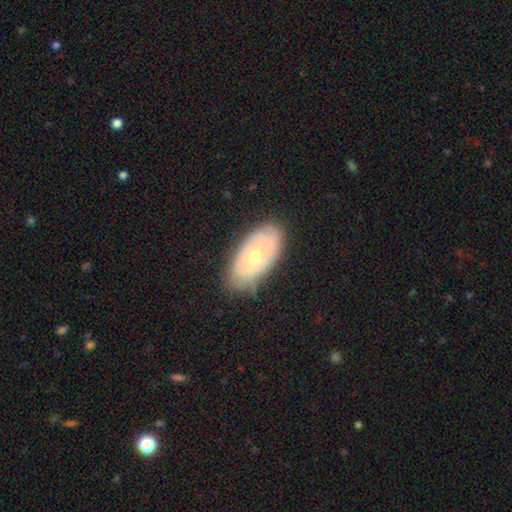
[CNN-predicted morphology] featured or disk 50%, smooth 43%, star or artifact 7%. Down the decision tree: edge-on disk — no (89%); merging — none (76%).